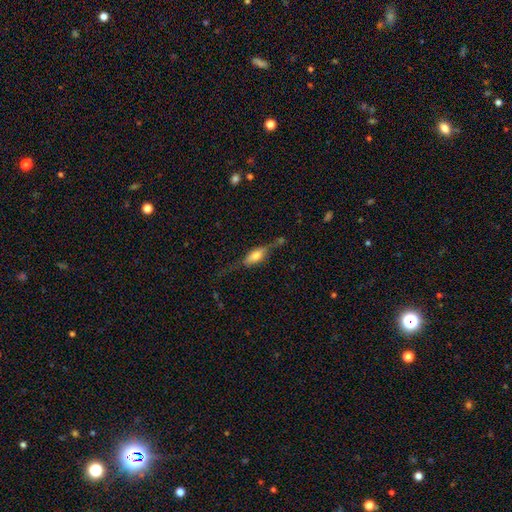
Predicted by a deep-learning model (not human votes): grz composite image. It shows a featured or disk galaxy (53%) viewed edge-on (84%). Merging: none (53%).